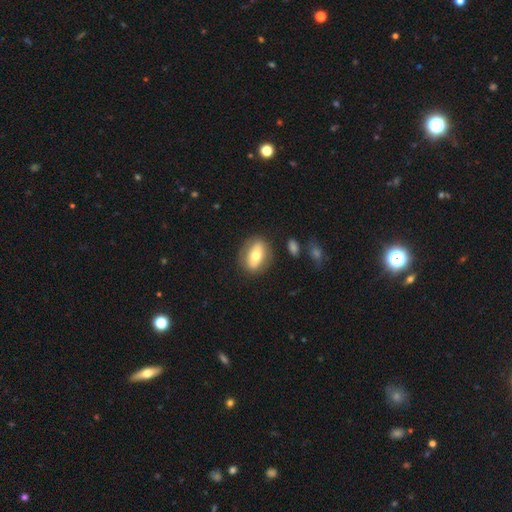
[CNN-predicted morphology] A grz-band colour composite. It shows a smooth galaxy with no disk features (58%) that is in between round and cigar-shaped (79%). Merging: none (81%).